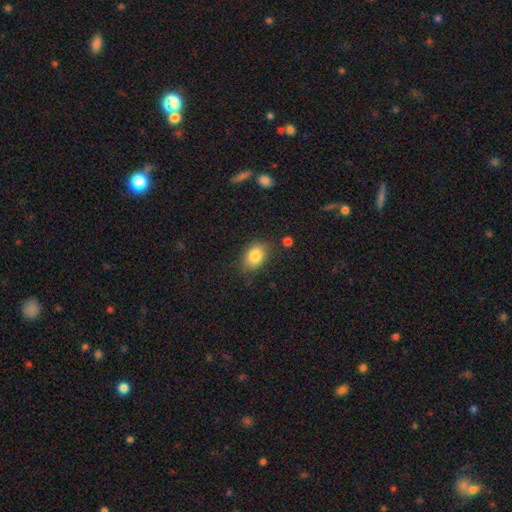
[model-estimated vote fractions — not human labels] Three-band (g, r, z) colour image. It shows a smooth galaxy with no disk features (83%) that is in between round and cigar-shaped (75%). Merging: none (77%).